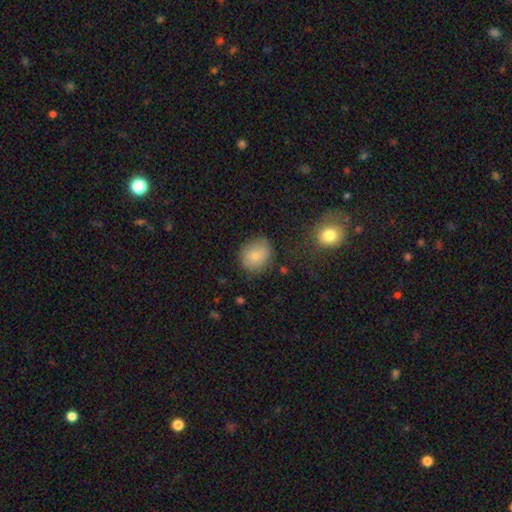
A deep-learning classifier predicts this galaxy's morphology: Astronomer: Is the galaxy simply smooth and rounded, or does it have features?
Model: smooth — 74%.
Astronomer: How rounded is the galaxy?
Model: round — 65%.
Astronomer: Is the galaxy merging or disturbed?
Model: none — 72%.